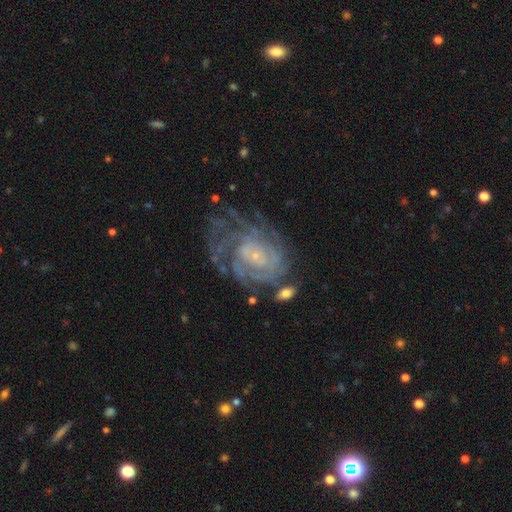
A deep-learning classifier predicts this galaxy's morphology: smooth-or-featured: featured or disk: 84% | smooth: 8% | star or artifact: 8%
  disk-edge-on: no: 97% | yes: 3%
    bar: no: 64% | weak: 30% | strong: 7%
    has-spiral-arms: yes: 94% | no: 6%
      spiral-winding: tight: 69% | medium: 25% | loose: 6%
      spiral-arm-count: can't tell: 41% | 4: 17% | 3: 14% | 2: 13% | more than 4: 9% | 1: 6%
    bulge-size: small: 78% | moderate: 12% | none: 8% | large: 2% | dominant: 1%
  merging: none: 52% | minor disturbance: 22% | major disturbance: 20% | merger: 6%